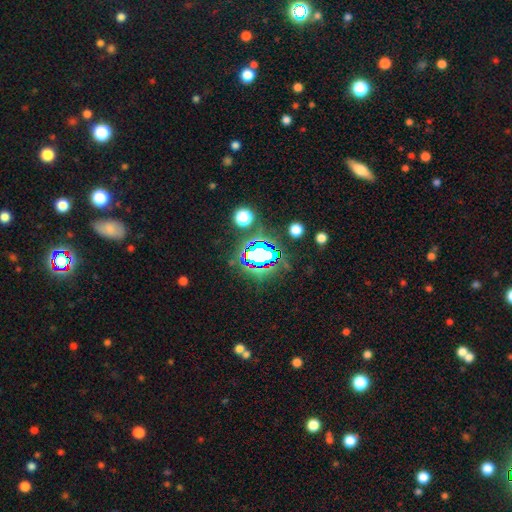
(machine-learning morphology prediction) This is clearly a star or artifact rather than a galaxy (80%).